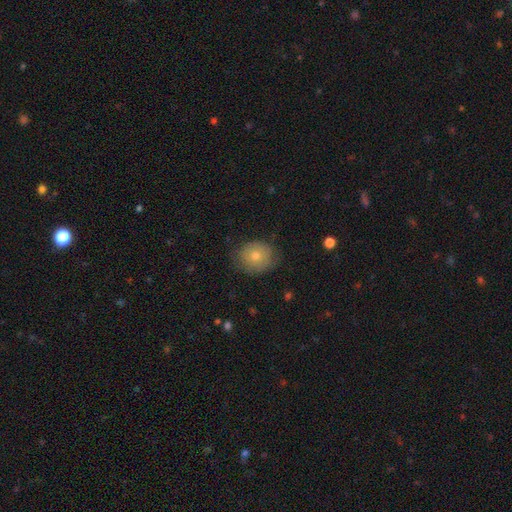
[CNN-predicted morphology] Smooth or featured? smooth (68%)
How rounded? round (67%)
Merging? none (77%)